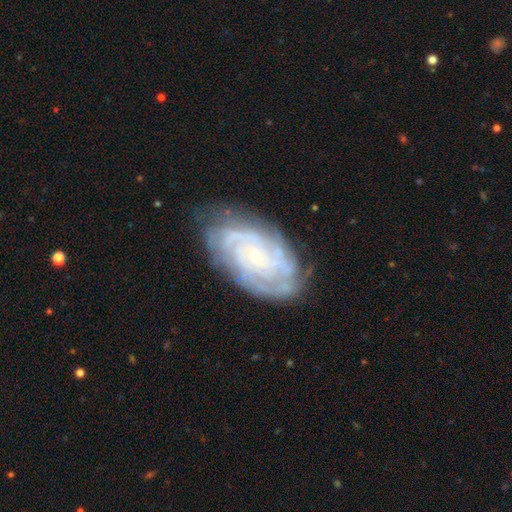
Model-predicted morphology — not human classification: featured or disk 83%, smooth 10%, star or artifact 7%. Down the decision tree: edge-on disk — no (96%); bar — no (76%); spiral arms — yes (94%); spiral arm count — can't tell (36%); spiral winding — tight (72%); bulge size — small (85%); merging — none (71%).